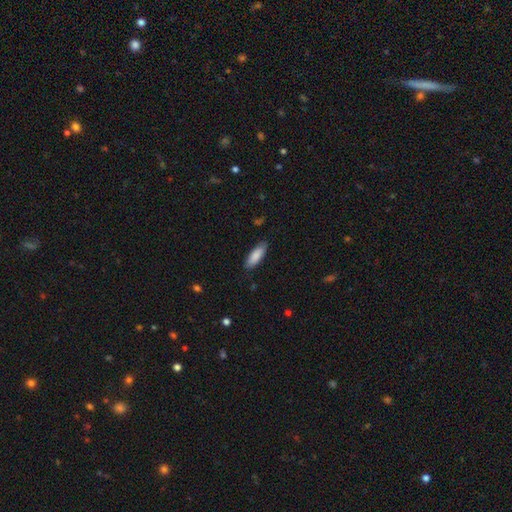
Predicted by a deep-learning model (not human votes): A smooth galaxy with no disk features (86%) that is in between round and cigar-shaped (60%).

Vote fractions:
- Smooth or featured? smooth: 86% / featured or disk: 8% / star or artifact: 6%
- How rounded? in between: 60% / cigar-shaped: 38% / round: 1%
- Merging? none: 84% / minor disturbance: 13% / major disturbance: 2% / merger: 1%